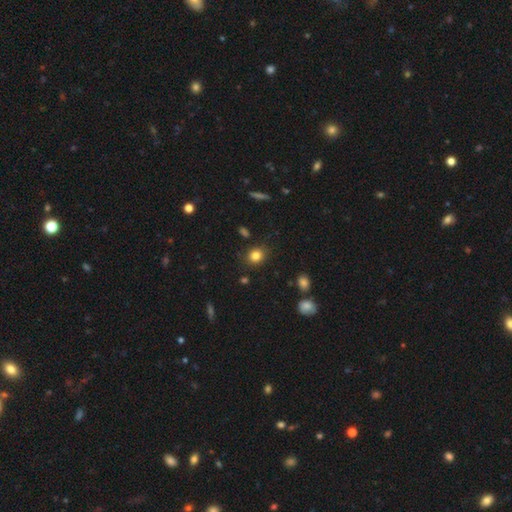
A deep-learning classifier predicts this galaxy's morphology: This is clearly a smooth galaxy (82%). How rounded: likely round (73%). Merging: clearly none (87%).